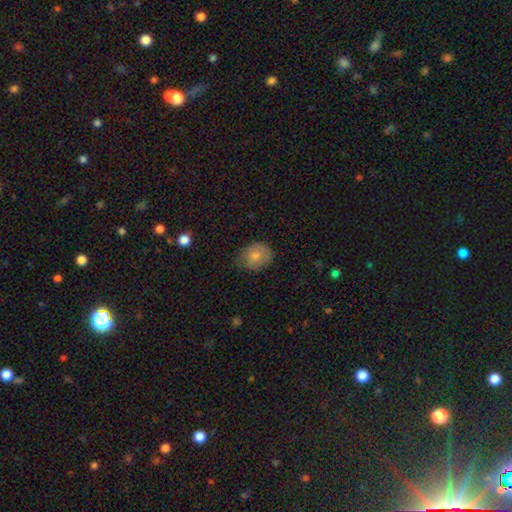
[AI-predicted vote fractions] Smooth or featured? Predicted: smooth (p=0.77). How rounded? Predicted: round (p=0.54). Merging? Predicted: none (p=0.64).